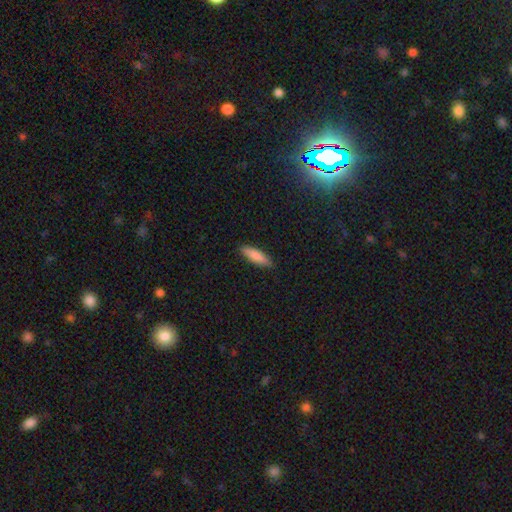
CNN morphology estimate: smooth 85%, featured or disk 9%, star or artifact 6%. Down the decision tree: how rounded — cigar-shaped (63%); merging — none (89%).